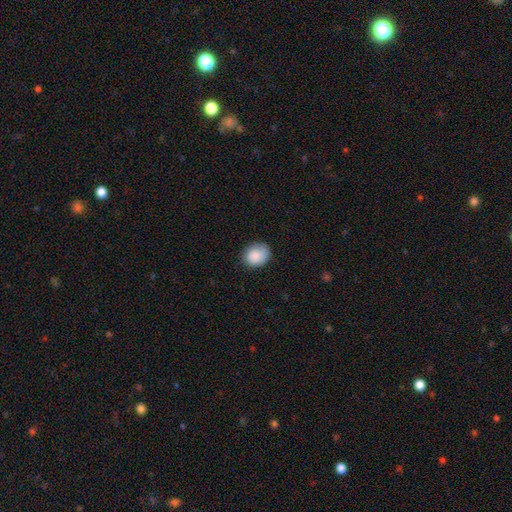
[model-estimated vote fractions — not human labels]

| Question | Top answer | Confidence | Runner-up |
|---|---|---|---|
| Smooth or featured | smooth | 86% | star or artifact (7%) |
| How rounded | round | 55% | in between (44%) |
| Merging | none | 75% | minor disturbance (20%) |